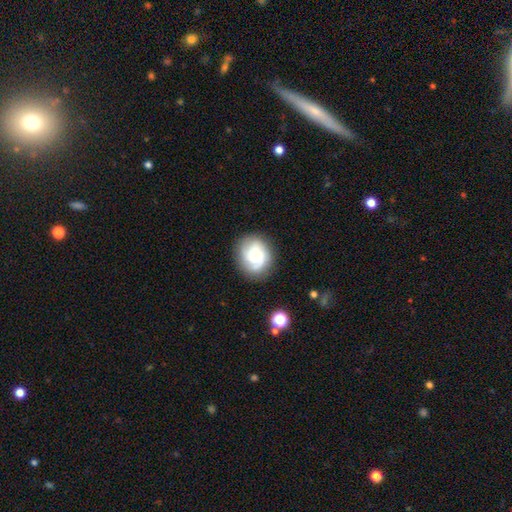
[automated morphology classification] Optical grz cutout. It shows a featured or disk galaxy (64%) with no bar (76%), 3 (41%) tight (54%) spiral arms (92%) and a small central bulge (53%). Merging: none (79%).